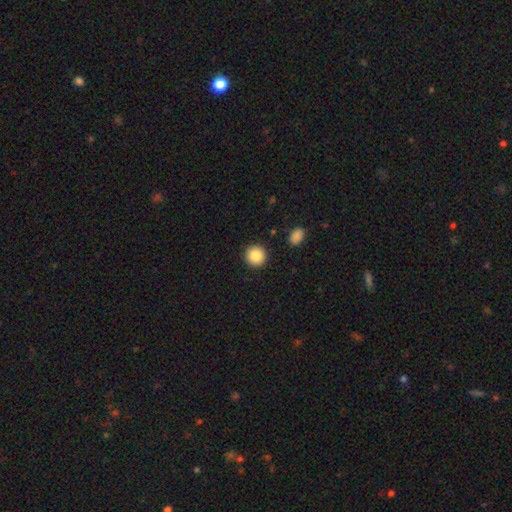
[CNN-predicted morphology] A smooth galaxy with no disk features (86%) that is round (95%). Merging: none (92%).